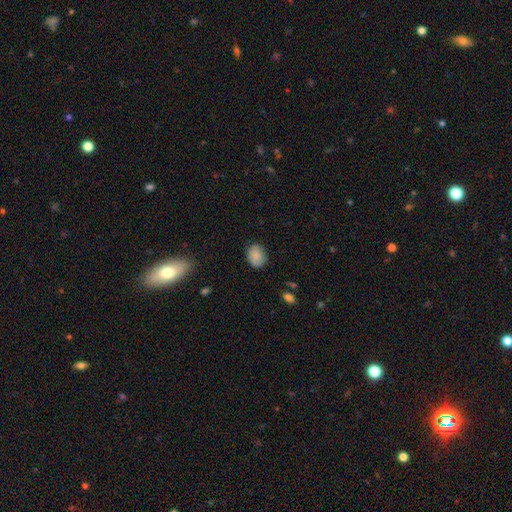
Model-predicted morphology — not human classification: smooth_or_featured: smooth (p=0.84) [alt: featured or disk p=0.08]
how_rounded: in between (p=0.57) [alt: round p=0.42]
merging: none (p=0.79) [alt: minor disturbance p=0.17]